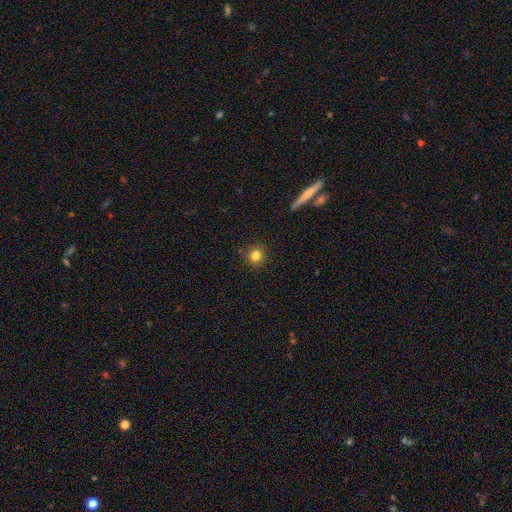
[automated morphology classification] Overall: smooth (82%). How rounded: round (93%). Merging: none (90%).